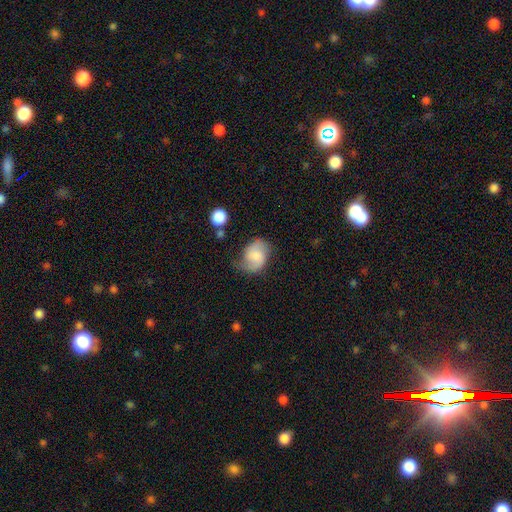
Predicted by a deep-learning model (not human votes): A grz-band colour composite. It shows a featured or disk galaxy (50%). Merging: none (59%).